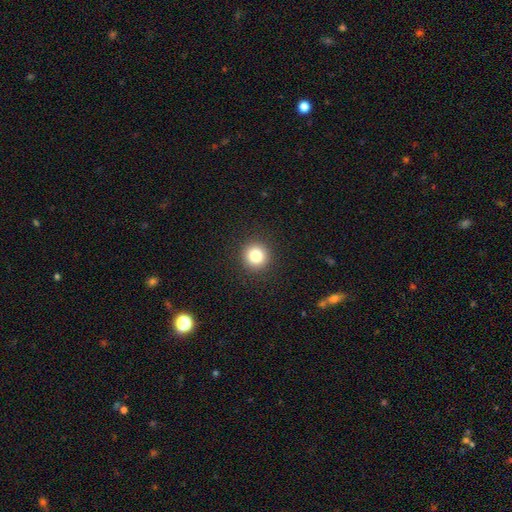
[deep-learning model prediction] This appears to be a smooth galaxy with no disk features (82%) that is round (94%). Merging: none (93%).